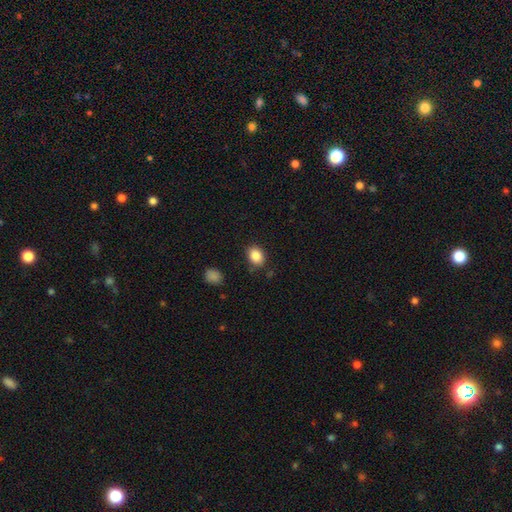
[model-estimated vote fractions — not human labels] Morphology: type=smooth (87%); roundness=in between (69%); merging=none (82%).